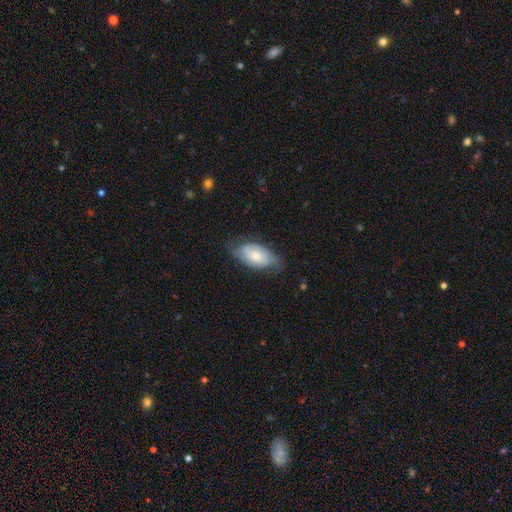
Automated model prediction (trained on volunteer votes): A featured or disk galaxy (60%) with no bar (71%), spiral arms (87%) and a small central bulge (46%).

Vote fractions:
- Smooth or featured? featured or disk: 60% / smooth: 34% / star or artifact: 6%
- Edge-on disk? no: 93% / yes: 7%
- Bar? no: 71% / weak: 25% / strong: 5%
- Spiral arms? yes: 87% / no: 13%
- Bulge size? small: 46% / moderate: 44% / large: 5% / none: 4% / dominant: 1%
- Merging? none: 64% / minor disturbance: 26% / major disturbance: 9% / merger: 1%